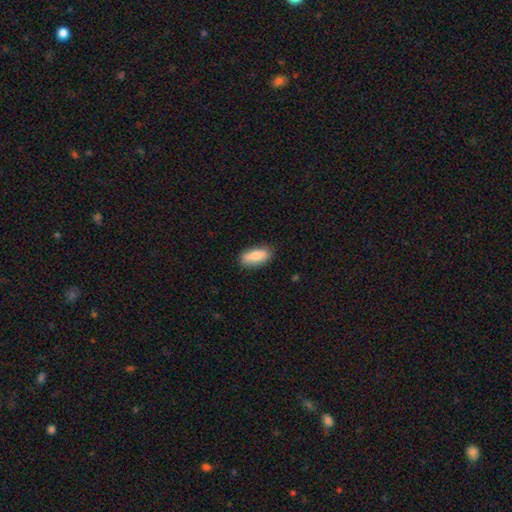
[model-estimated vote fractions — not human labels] Q: Smooth or featured?
A: smooth (83%); runner-up: featured or disk (11%)
Q: How rounded?
A: in between (80%); runner-up: cigar-shaped (18%)
Q: Merging?
A: none (85%); runner-up: minor disturbance (11%)